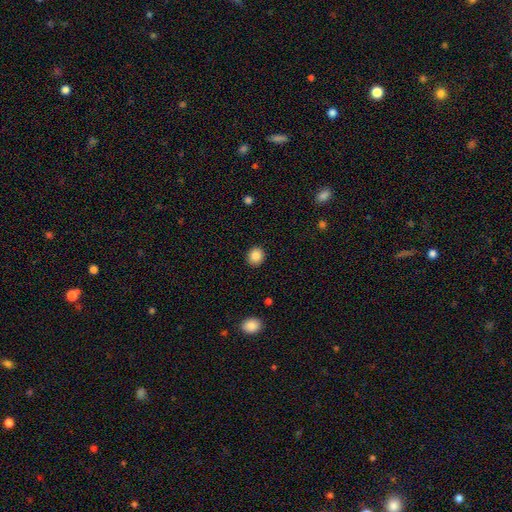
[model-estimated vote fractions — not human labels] This appears to be a smooth galaxy with no disk features (87%) that is round (84%). Merging: none (91%).